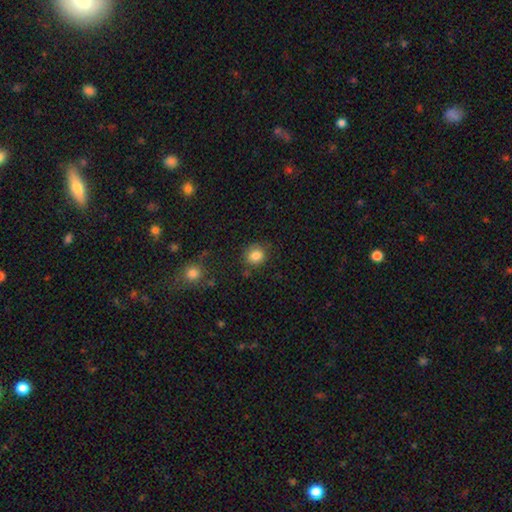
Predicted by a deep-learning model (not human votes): smooth_or_featured: smooth (p=0.84) [alt: star or artifact p=0.10]
how_rounded: round (p=0.77) [alt: in between p=0.22]
merging: none (p=0.79) [alt: minor disturbance p=0.14]